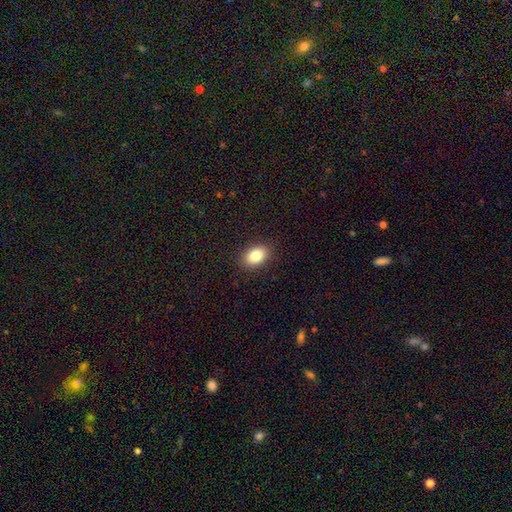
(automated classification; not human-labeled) A smooth galaxy with no disk features (84%) that is in between round and cigar-shaped (84%).

Vote fractions:
- Smooth or featured? smooth: 84% / star or artifact: 9% / featured or disk: 7%
- How rounded? in between: 84% / round: 14% / cigar-shaped: 1%
- Merging? none: 89% / minor disturbance: 8% / major disturbance: 2% / merger: 1%